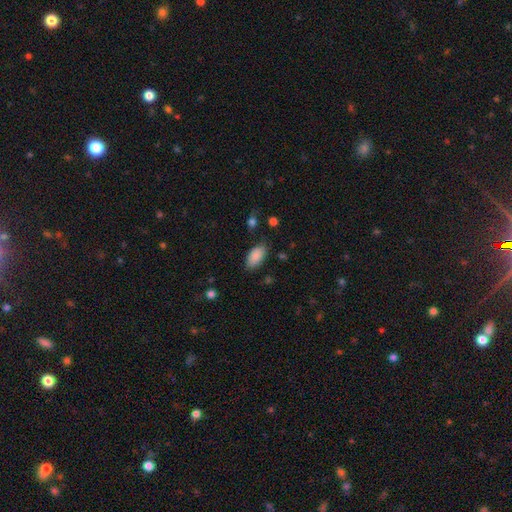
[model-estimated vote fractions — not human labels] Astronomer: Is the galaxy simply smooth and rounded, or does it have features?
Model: smooth — 88%.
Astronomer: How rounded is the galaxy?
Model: in between — 94%.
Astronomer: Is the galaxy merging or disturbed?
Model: none — 80%.